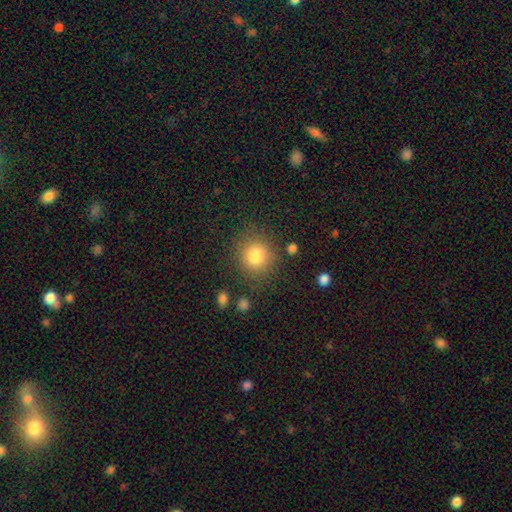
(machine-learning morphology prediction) Smooth or featured?
  - smooth: 82% *
  - star or artifact: 11%
  - featured or disk: 7%
How rounded?
  - round: 86% *
  - in between: 13%
  - cigar-shaped: 1%
Merging?
  - none: 83% *
  - minor disturbance: 10%
  - major disturbance: 4%
  - merger: 3%